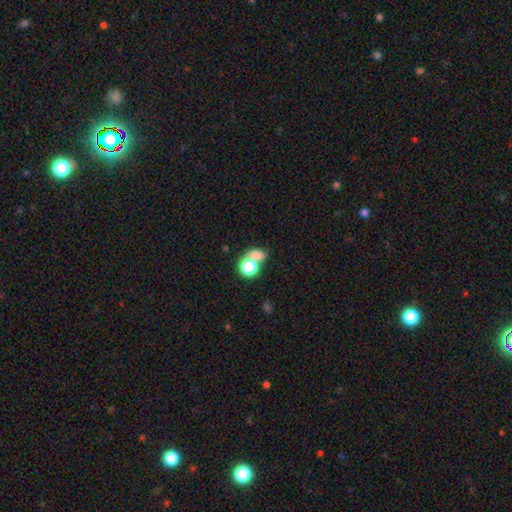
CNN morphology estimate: Q: Smooth or featured?
A: smooth (72%); runner-up: star or artifact (16%)
Q: How rounded?
A: in between (51%); runner-up: round (47%)
Q: Merging?
A: merger (48%); runner-up: none (38%)